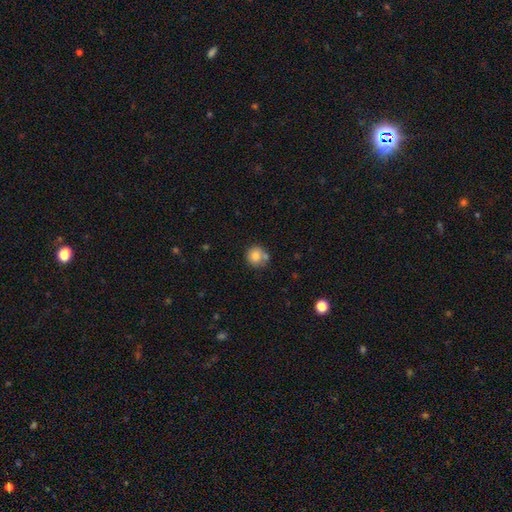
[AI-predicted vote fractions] Smooth or featured?
  - smooth: 79% *
  - featured or disk: 11%
  - star or artifact: 9%
How rounded?
  - round: 89% *
  - in between: 10%
  - cigar-shaped: 1%
Merging?
  - none: 60% *
  - merger: 19%
  - minor disturbance: 16%
  - major disturbance: 5%